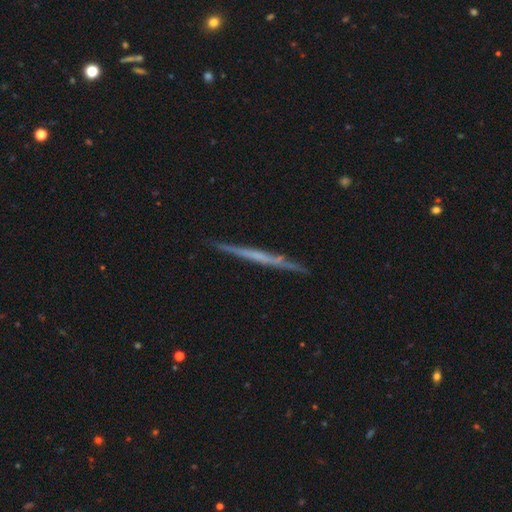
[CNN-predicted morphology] Smooth or featured?
  - featured or disk: 64% *
  - smooth: 29%
  - star or artifact: 6%
Edge-on disk?
  - yes: 97% *
  - no: 3%
Edge-on bulge?
  - none: 80% *
  - rounded: 14%
  - boxy: 6%
Merging?
  - none: 90% *
  - minor disturbance: 7%
  - major disturbance: 1%
  - merger: 1%